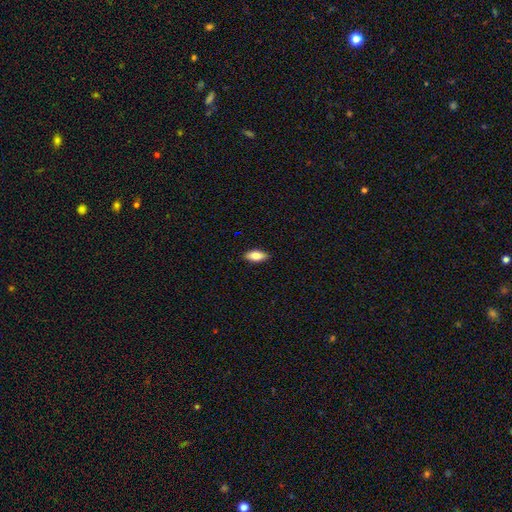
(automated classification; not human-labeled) Smooth or featured: smooth — 81% (featured or disk — 13%)
How rounded: in between — 85% (cigar-shaped — 12%)
Merging: none — 88% (minor disturbance — 9%)